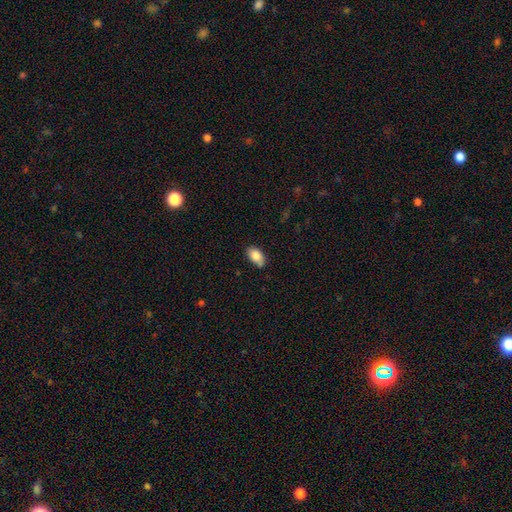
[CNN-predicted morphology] Overall: smooth (84%). How rounded: in between (92%). Merging: none (73%).